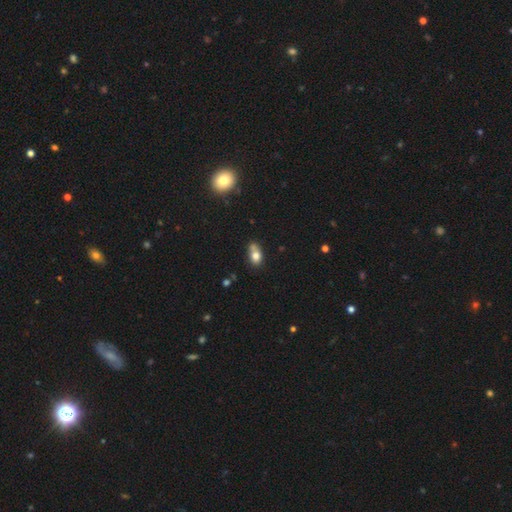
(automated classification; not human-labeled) Smooth or featured: smooth — 76% (featured or disk — 14%)
How rounded: in between — 70% (round — 27%)
Merging: none — 41% (merger — 33%)